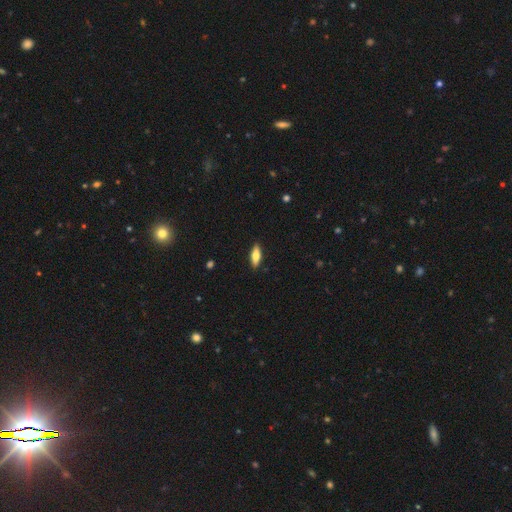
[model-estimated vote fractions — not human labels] smooth_or_featured: smooth (p=0.65) [alt: featured or disk p=0.29]
how_rounded: in between (p=0.62) [alt: cigar-shaped p=0.36]
merging: none (p=0.89) [alt: minor disturbance p=0.08]